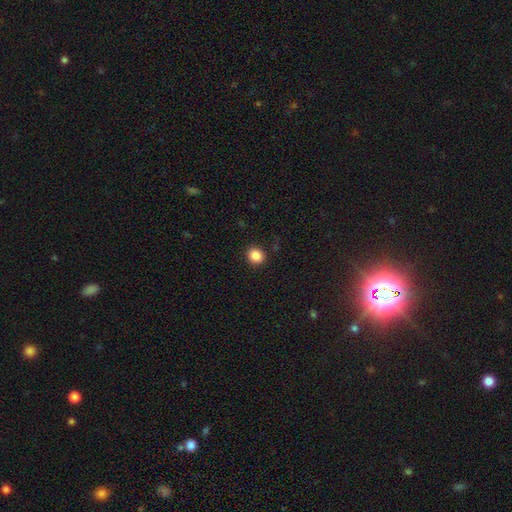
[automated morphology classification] smooth 86%, star or artifact 11%, featured or disk 4%. Down the decision tree: how rounded — round (84%); merging — none (91%).